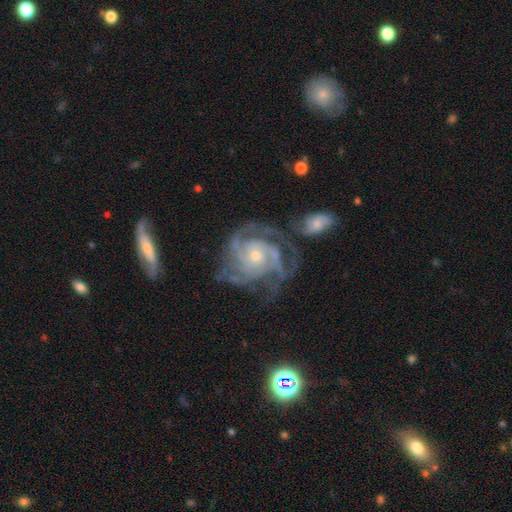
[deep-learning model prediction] Smooth or featured: featured or disk — 90% (star or artifact — 5%)
Edge-on disk: no — 98% (yes — 2%)
Bar: no — 75% (weak — 20%)
Spiral arms: yes — 97% (no — 3%)
Spiral winding: tight — 61% (medium — 33%)
Spiral arm count: 3 — 33% (4 — 22%)
Bulge size: small — 66% (moderate — 31%)
Merging: none — 50% (minor disturbance — 19%)